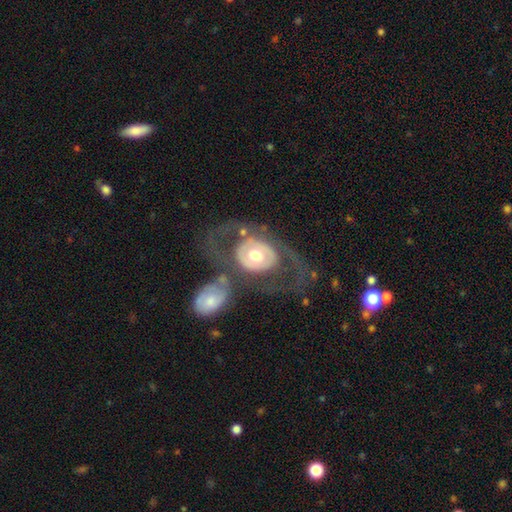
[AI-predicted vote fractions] featured or disk 67%, smooth 28%, star or artifact 5%. Down the decision tree: edge-on disk — no (94%); bar — no (83%); spiral arms — no (66%); bulge size — moderate (65%); merging — none (54%).